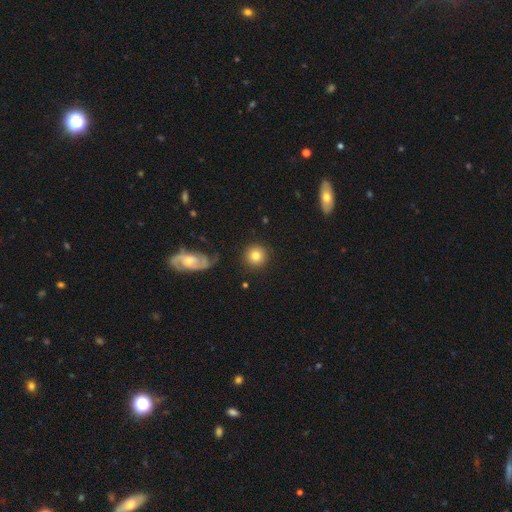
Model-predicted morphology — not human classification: Overall: smooth (79%). How rounded: round (94%). Merging: none (87%).